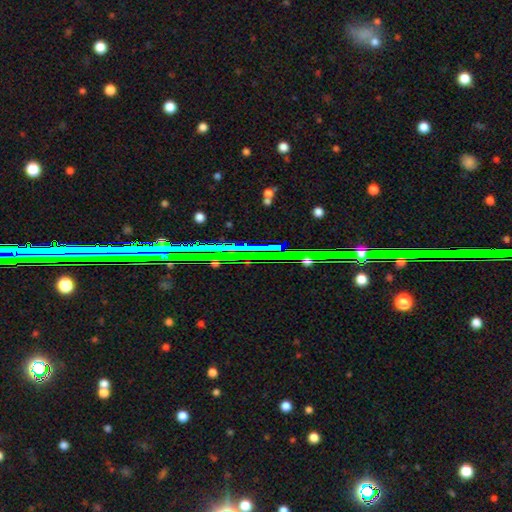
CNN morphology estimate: This appears to be a star or artifact, not a galaxy (76%).